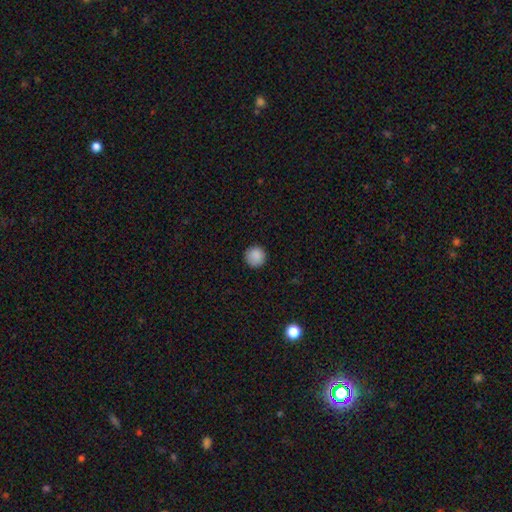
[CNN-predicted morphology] Smooth or featured: smooth — 88% (star or artifact — 9%)
How rounded: round — 96% (in between — 3%)
Merging: none — 91% (minor disturbance — 6%)